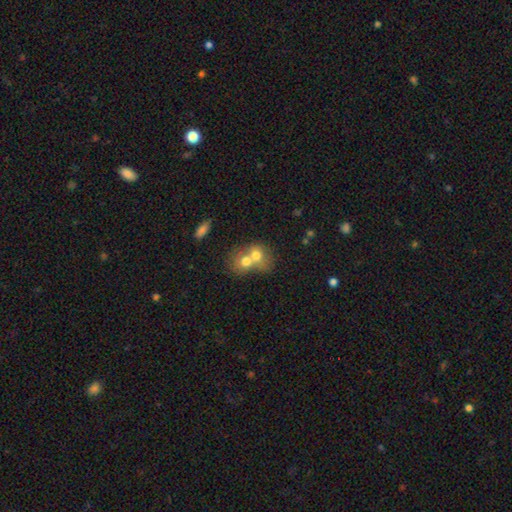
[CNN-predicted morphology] This appears to be a smooth galaxy with no disk features (68%) that is round (58%). Merging: merger (76%).